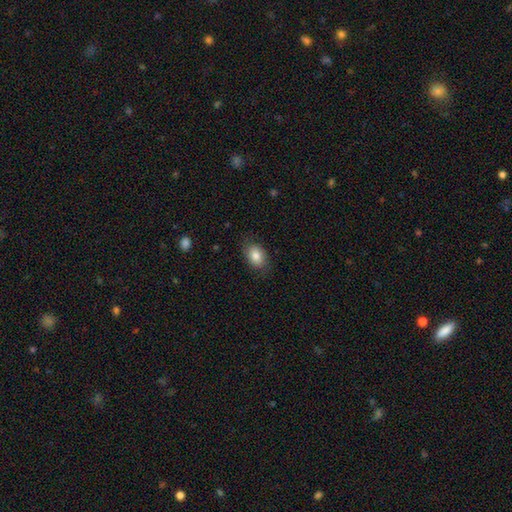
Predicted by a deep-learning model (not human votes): A smooth galaxy with no disk features (81%) that is in between round and cigar-shaped (82%).

Vote fractions:
- Smooth or featured? smooth: 81% / featured or disk: 12% / star or artifact: 7%
- How rounded? in between: 82% / round: 17% / cigar-shaped: 1%
- Merging? none: 79% / minor disturbance: 16% / major disturbance: 4% / merger: 1%